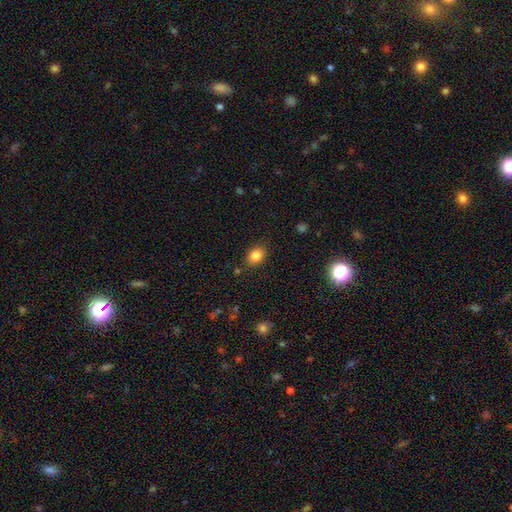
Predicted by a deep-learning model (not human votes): The model was most divided on "how rounded": in between: 61%, round: 38%, cigar-shaped: 1%. More confident: smooth or featured — smooth (84%); merging — none (83%).